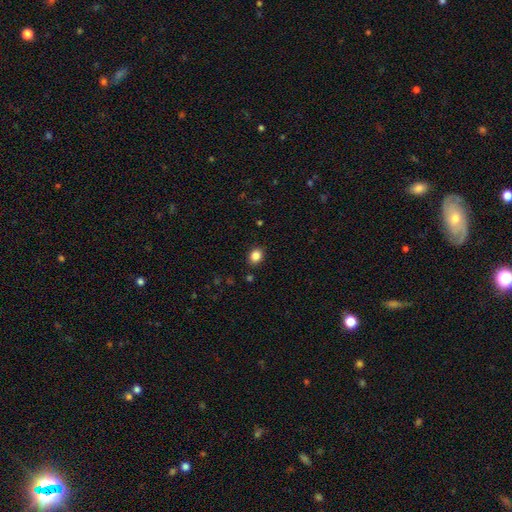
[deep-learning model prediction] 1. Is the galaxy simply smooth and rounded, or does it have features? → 85% smooth, 11% star or artifact, 4% featured or disk.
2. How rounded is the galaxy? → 57% round, 42% in between, 1% cigar-shaped.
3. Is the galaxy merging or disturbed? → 89% none, 8% minor disturbance, 2% major disturbance, 1% merger.